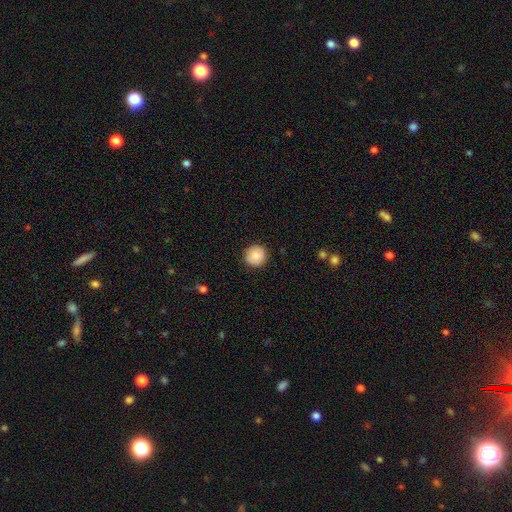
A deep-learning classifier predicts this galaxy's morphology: Overall: smooth (86%). How rounded: round (94%). Merging: none (90%).